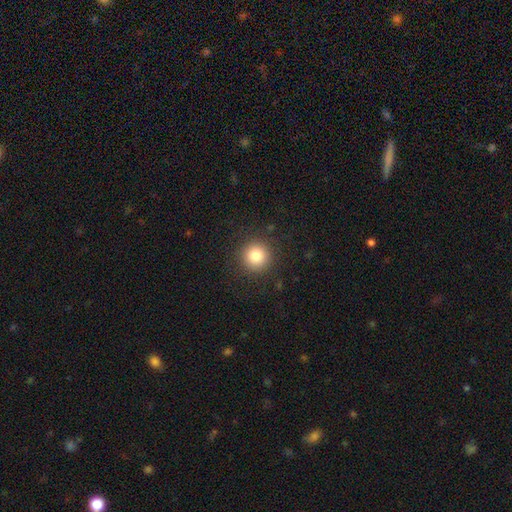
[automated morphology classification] Smooth or featured: smooth — 83% (star or artifact — 11%)
How rounded: round — 95% (in between — 4%)
Merging: none — 90% (minor disturbance — 6%)